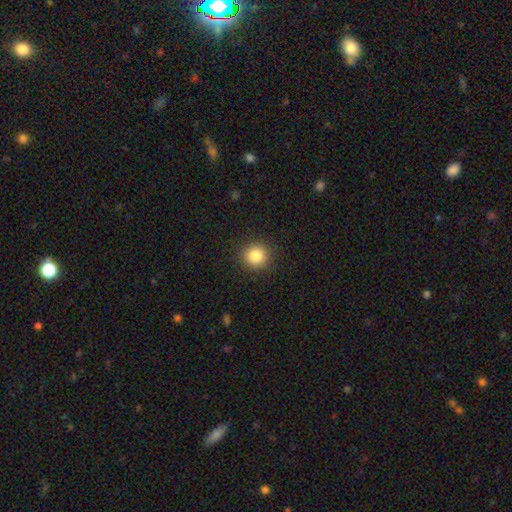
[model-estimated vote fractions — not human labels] smooth 84%, star or artifact 11%, featured or disk 5%. Down the decision tree: how rounded — round (92%); merging — none (91%).